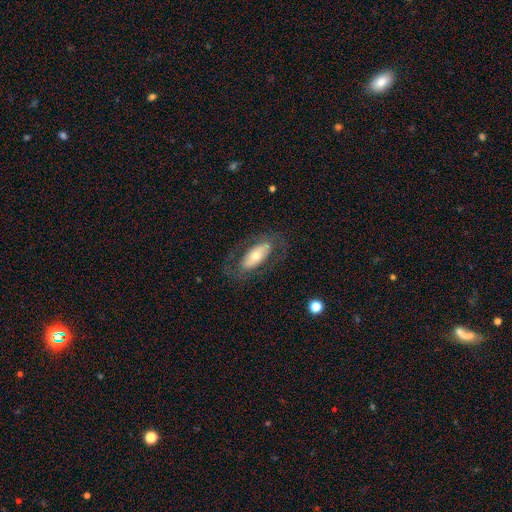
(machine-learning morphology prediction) This is possibly a featured or disk galaxy (50%). It is clearly not viewed edge-on (82%). Merging: likely none (73%).